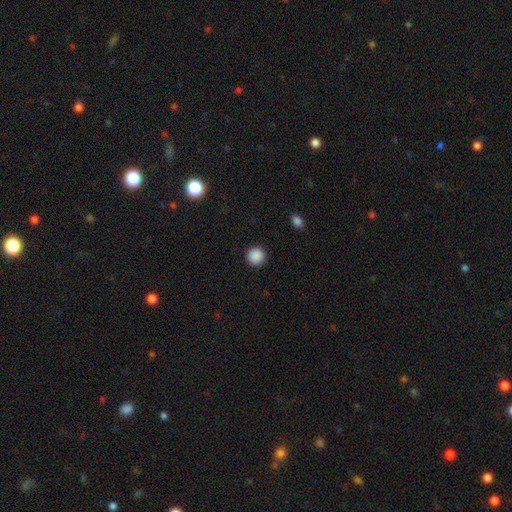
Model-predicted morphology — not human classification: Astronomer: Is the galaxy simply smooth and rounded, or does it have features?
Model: smooth — 89%.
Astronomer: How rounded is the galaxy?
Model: round — 95%.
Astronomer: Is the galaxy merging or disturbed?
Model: none — 93%.